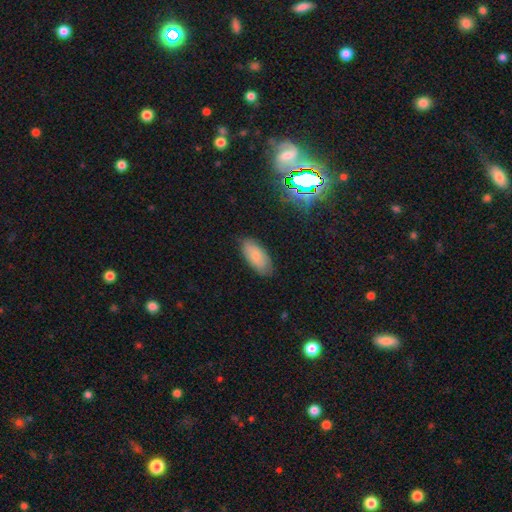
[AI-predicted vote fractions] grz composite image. It shows a smooth galaxy with no disk features (72%) that is in between round and cigar-shaped (90%). Merging: none (82%).